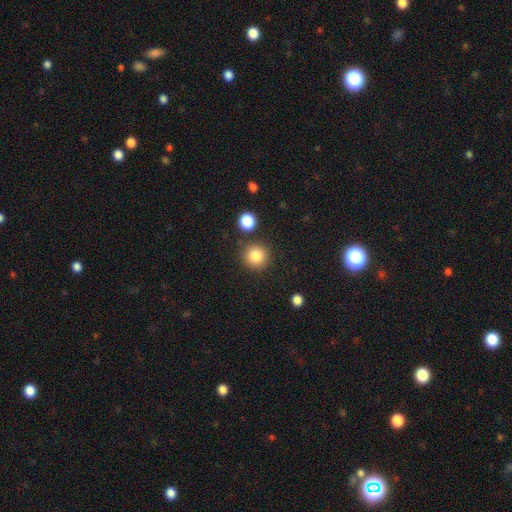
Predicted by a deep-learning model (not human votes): smooth 84%, star or artifact 10%, featured or disk 5%. Down the decision tree: how rounded — round (94%); merging — none (85%).